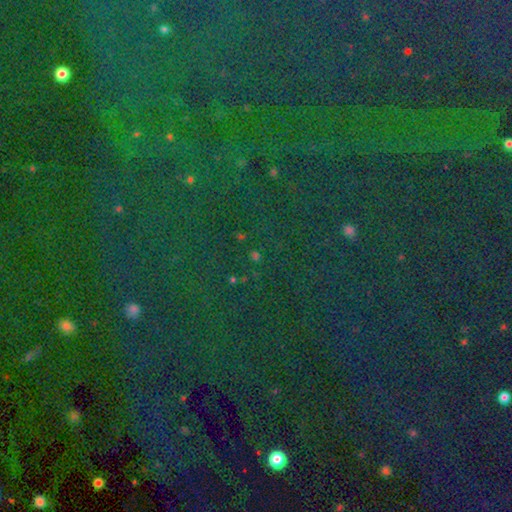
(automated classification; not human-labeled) Smooth or featured: star or artifact — 68% (smooth — 24%)